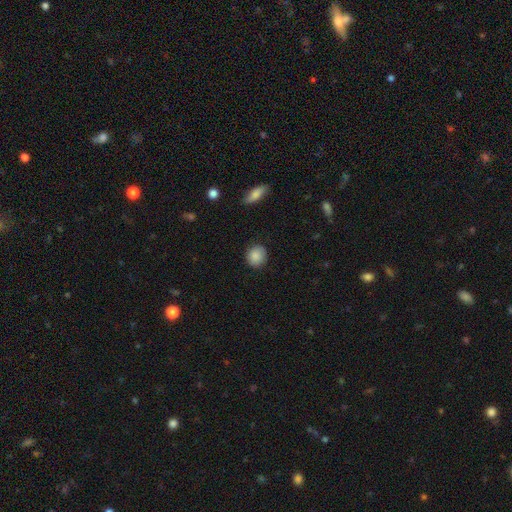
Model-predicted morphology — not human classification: Q: Smooth or featured?
A: smooth (87%); runner-up: star or artifact (8%)
Q: How rounded?
A: round (83%); runner-up: in between (16%)
Q: Merging?
A: none (86%); runner-up: minor disturbance (10%)